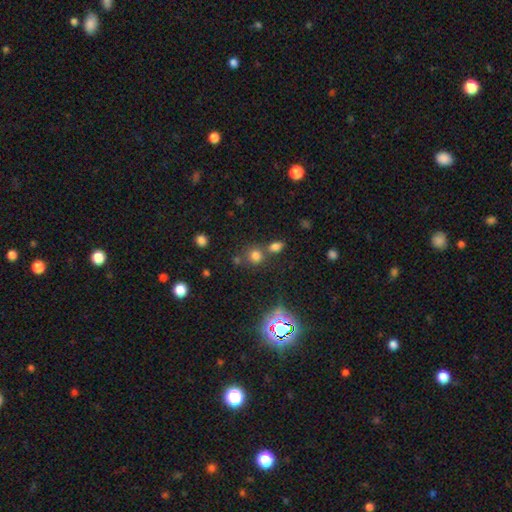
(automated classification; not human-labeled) Morphology: type=smooth (70%); roundness=round (82%); merging=none (61%).